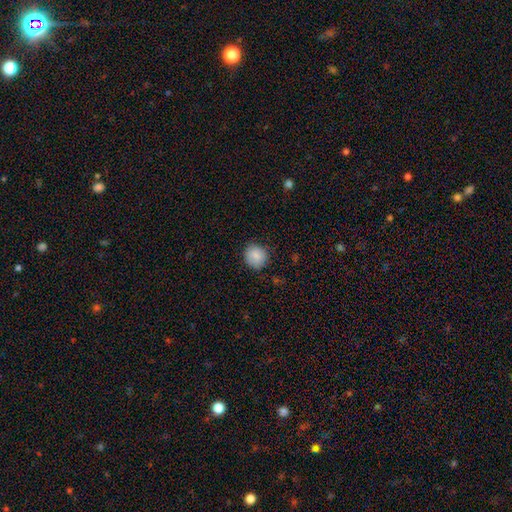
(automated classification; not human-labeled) smooth_or_featured: smooth (p=0.87) [alt: star or artifact p=0.08]
how_rounded: round (p=0.88) [alt: in between p=0.11]
merging: none (p=0.83) [alt: minor disturbance p=0.13]